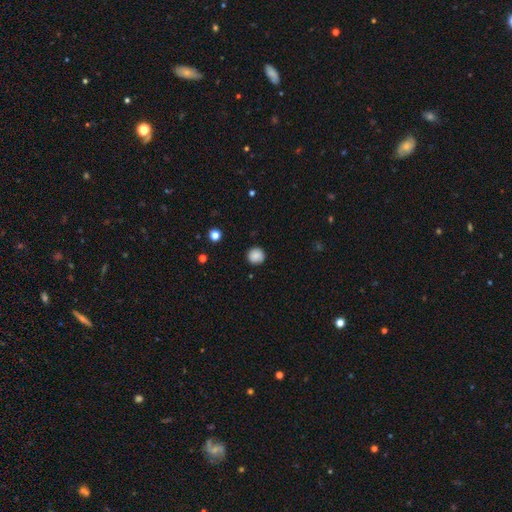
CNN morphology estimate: Smooth or featured: smooth — 87% (star or artifact — 10%)
How rounded: round — 94% (in between — 5%)
Merging: none — 90% (minor disturbance — 7%)